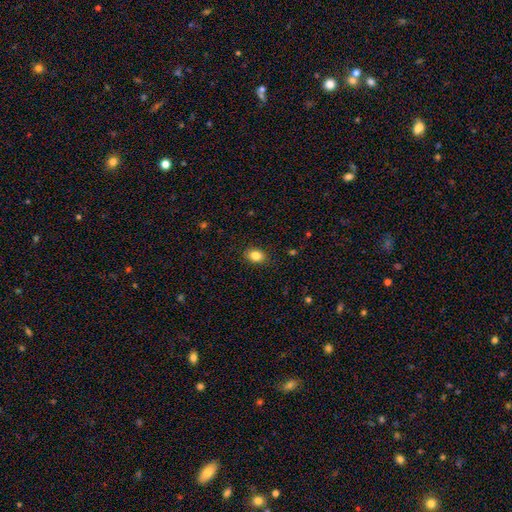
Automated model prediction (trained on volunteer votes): Smooth or featured?
  - smooth: 85% *
  - star or artifact: 9%
  - featured or disk: 6%
How rounded?
  - in between: 72% *
  - round: 26%
  - cigar-shaped: 1%
Merging?
  - none: 88% *
  - minor disturbance: 9%
  - major disturbance: 2%
  - merger: 1%